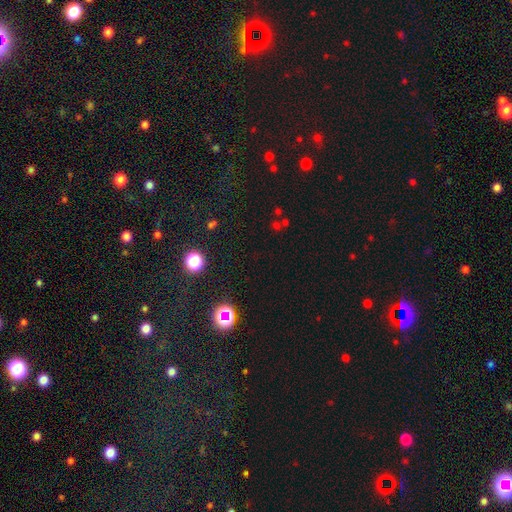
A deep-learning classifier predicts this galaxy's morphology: This appears to be a star or artifact, not a galaxy (64%).